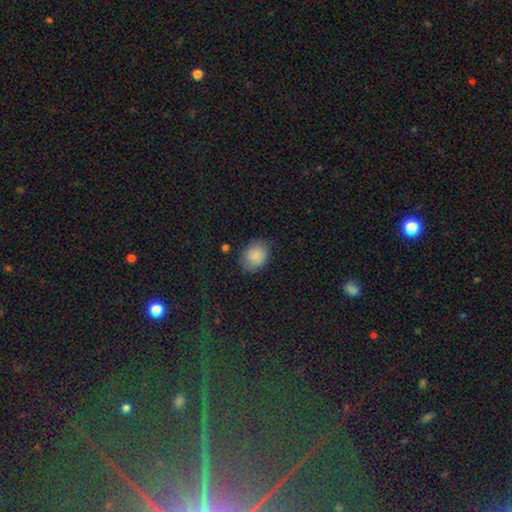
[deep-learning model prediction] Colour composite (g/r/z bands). It shows a smooth galaxy with no disk features (83%) that is in between round and cigar-shaped (53%). Merging: none (77%).